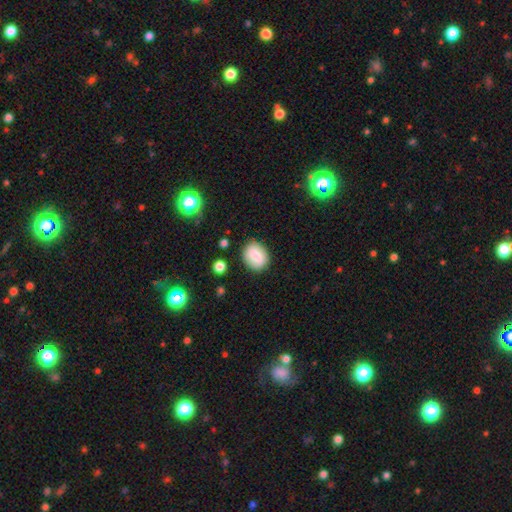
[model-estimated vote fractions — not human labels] Smooth or featured?
  - smooth: 78% *
  - featured or disk: 14%
  - star or artifact: 8%
How rounded?
  - in between: 52% *
  - round: 47%
  - cigar-shaped: 1%
Merging?
  - none: 84% *
  - minor disturbance: 12%
  - major disturbance: 3%
  - merger: 2%